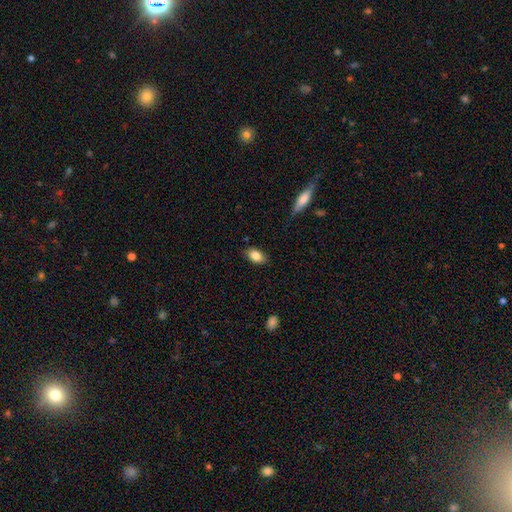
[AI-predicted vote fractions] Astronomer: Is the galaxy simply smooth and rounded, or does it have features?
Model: smooth — 85%.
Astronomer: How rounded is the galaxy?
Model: in between — 88%.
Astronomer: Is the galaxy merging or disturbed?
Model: none — 84%.